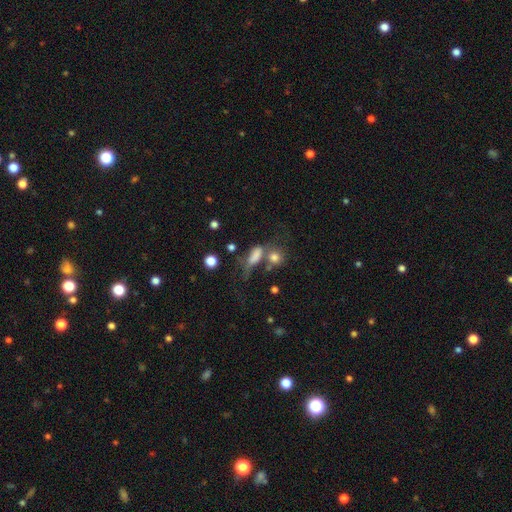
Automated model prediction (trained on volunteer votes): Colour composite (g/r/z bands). It shows a smooth galaxy with no disk features (65%) that is in between round and cigar-shaped (61%). Merging: merger (30%).